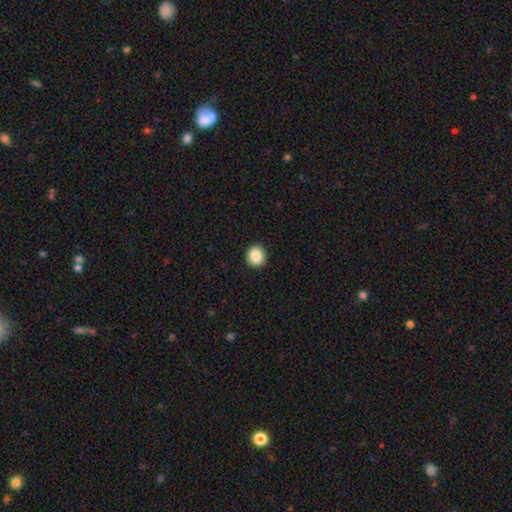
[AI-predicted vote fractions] Smooth or featured? smooth (87%)
How rounded? round (86%)
Merging? none (92%)